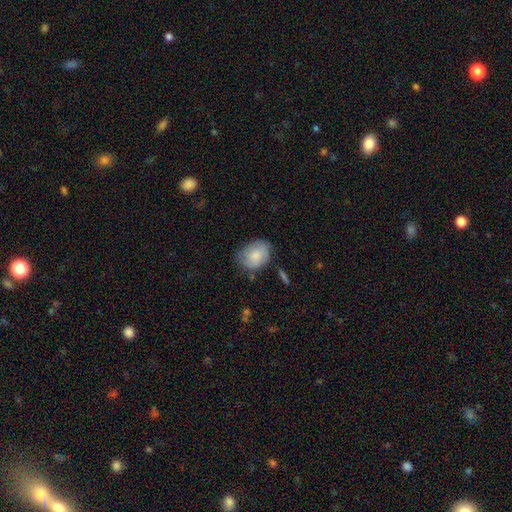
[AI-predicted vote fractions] Smooth or featured: smooth — 77% (featured or disk — 16%)
How rounded: in between — 67% (round — 32%)
Merging: none — 65% (minor disturbance — 26%)